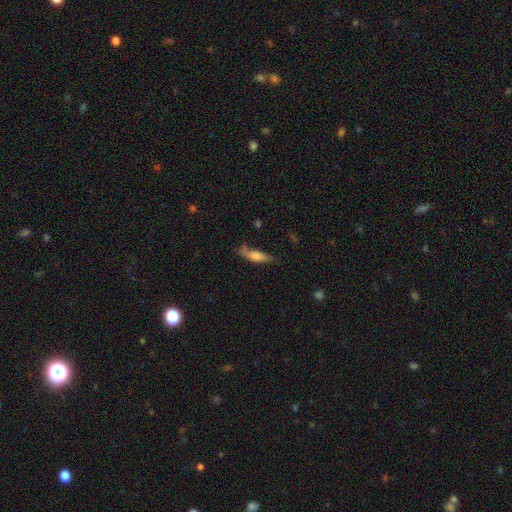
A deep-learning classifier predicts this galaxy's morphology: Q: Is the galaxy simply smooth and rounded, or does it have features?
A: smooth — 58%.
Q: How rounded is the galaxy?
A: cigar-shaped — 69%.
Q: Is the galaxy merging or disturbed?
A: none — 60%.